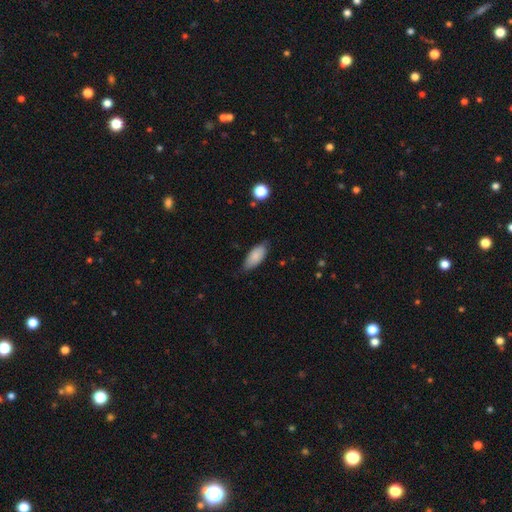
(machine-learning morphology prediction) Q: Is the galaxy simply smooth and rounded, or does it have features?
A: smooth — 84%.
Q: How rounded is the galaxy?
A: in between — 88%.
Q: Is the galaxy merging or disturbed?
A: none — 75%.